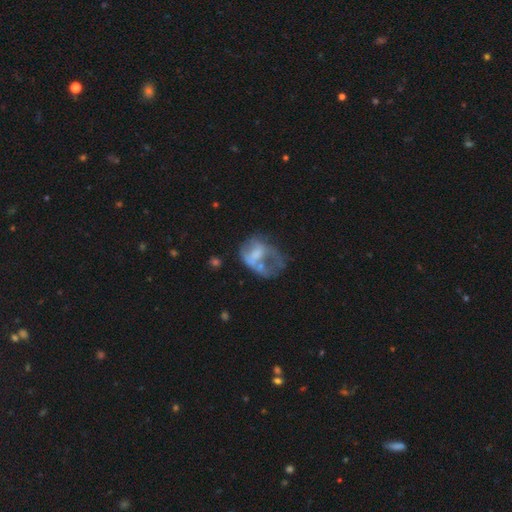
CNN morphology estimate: Q: Smooth or featured?
A: featured or disk (51%); runner-up: smooth (38%)
Q: Edge-on disk?
A: no (97%); runner-up: yes (3%)
Q: Merging?
A: major disturbance (46%); runner-up: none (21%)